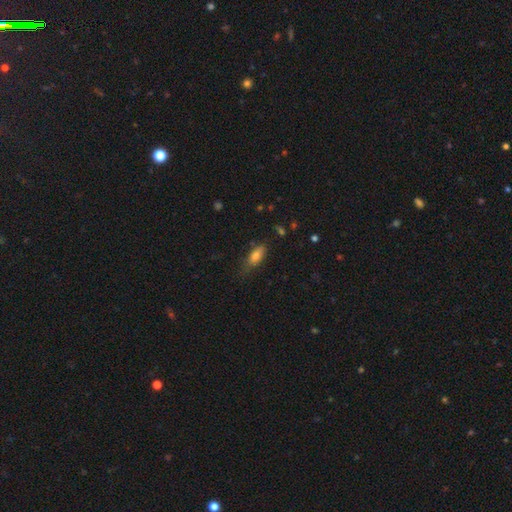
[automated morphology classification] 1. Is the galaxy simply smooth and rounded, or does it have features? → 77% smooth, 14% featured or disk, 8% star or artifact.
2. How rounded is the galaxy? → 76% in between, 21% cigar-shaped, 3% round.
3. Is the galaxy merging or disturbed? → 62% none, 28% minor disturbance, 8% major disturbance, 2% merger.